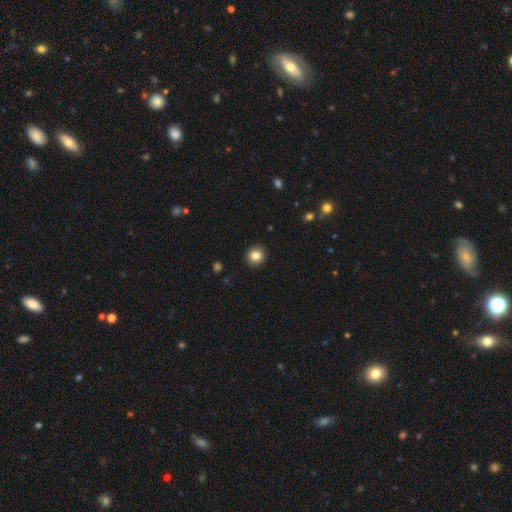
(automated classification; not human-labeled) Smooth or featured: smooth — 84% (star or artifact — 10%)
How rounded: round — 88% (in between — 11%)
Merging: none — 92% (minor disturbance — 6%)